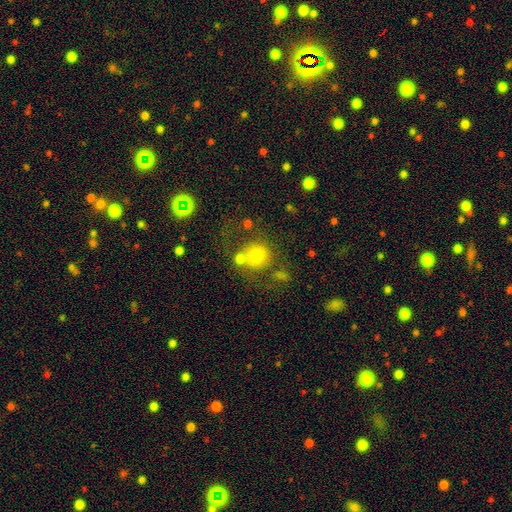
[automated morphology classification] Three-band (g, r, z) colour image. It shows a smooth galaxy with no disk features (69%) that is round (88%). Merging: none (54%).